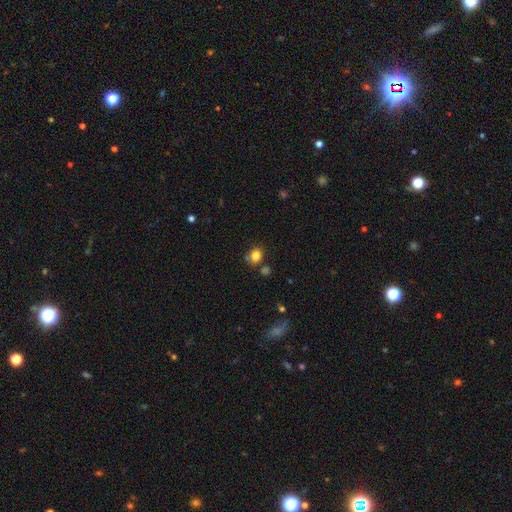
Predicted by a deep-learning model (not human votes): Q: Smooth or featured?
A: smooth (82%); runner-up: star or artifact (12%)
Q: How rounded?
A: round (62%); runner-up: in between (37%)
Q: Merging?
A: none (73%); runner-up: minor disturbance (13%)